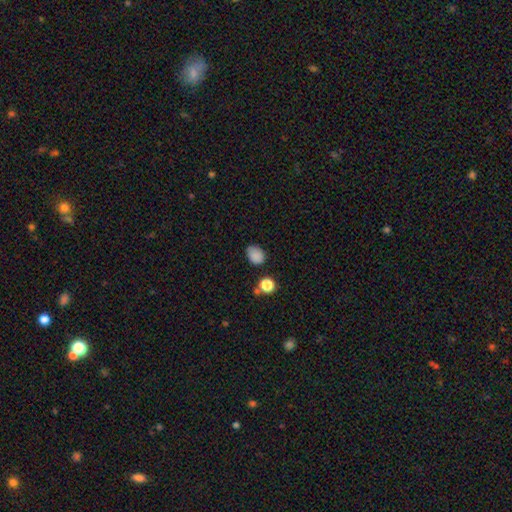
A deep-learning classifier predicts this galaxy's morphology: smooth 84%, star or artifact 12%, featured or disk 4%. Down the decision tree: how rounded — in between (65%); merging — none (74%).